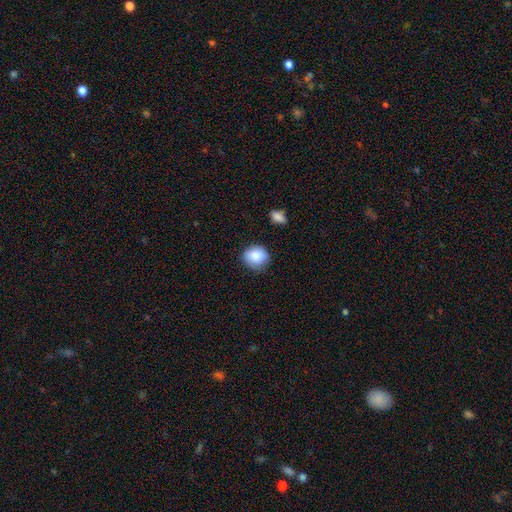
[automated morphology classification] The model was most divided on "how rounded": round: 80%, in between: 19%, cigar-shaped: 1%. More confident: smooth or featured — smooth (84%); merging — none (79%).